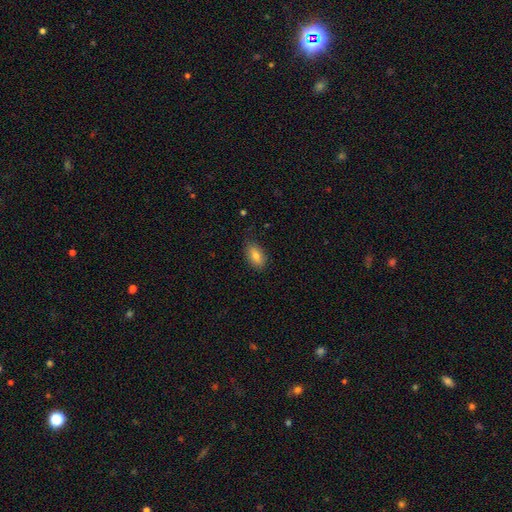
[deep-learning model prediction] This appears to be a smooth galaxy with no disk features (81%) that is in between round and cigar-shaped (90%). Merging: none (81%).